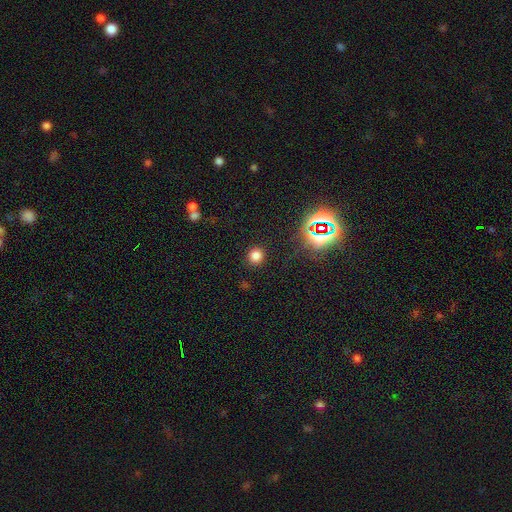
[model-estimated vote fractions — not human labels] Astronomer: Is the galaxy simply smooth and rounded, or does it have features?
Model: smooth — 77%.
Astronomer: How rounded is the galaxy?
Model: round — 89%.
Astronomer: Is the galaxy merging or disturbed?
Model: none — 90%.